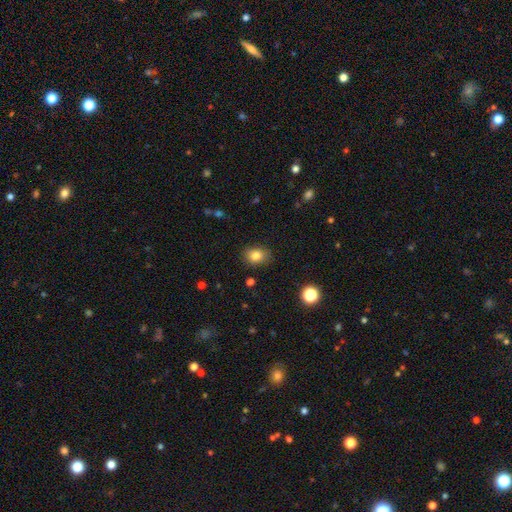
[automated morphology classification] type=smooth (83%); roundness=in between (60%); merging=none (85%).